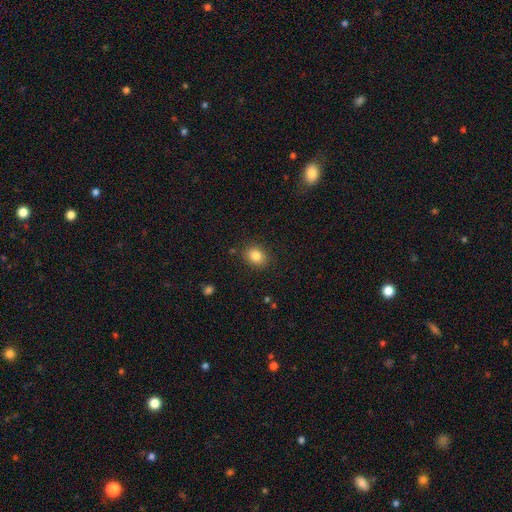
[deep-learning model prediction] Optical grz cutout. It shows a smooth galaxy with no disk features (83%) that is round (55%). Merging: none (86%).